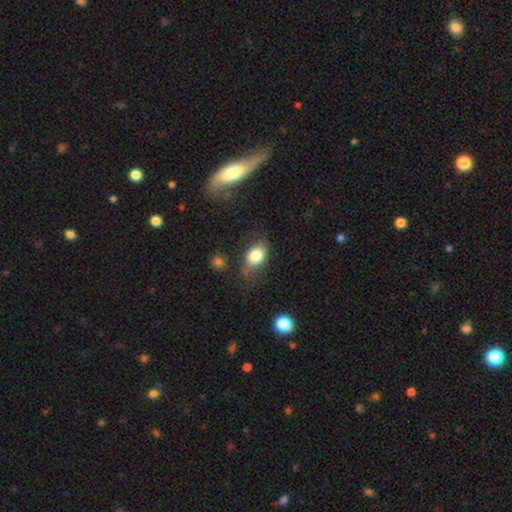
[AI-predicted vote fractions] Smooth or featured? smooth (80%)
How rounded? in between (76%)
Merging? none (60%)